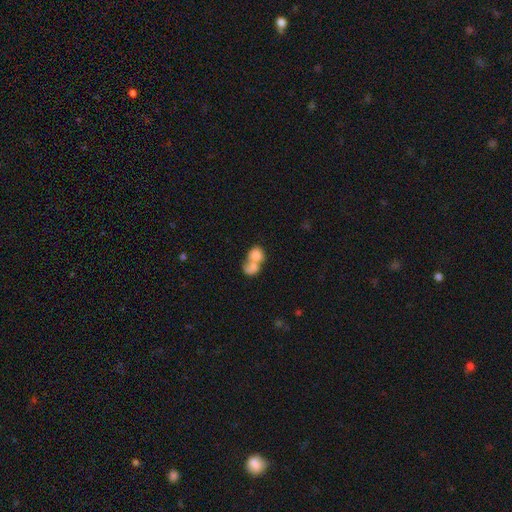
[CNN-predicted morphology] Smooth or featured: smooth — 74% (featured or disk — 18%)
How rounded: round — 53% (in between — 45%)
Merging: merger — 77% (none — 13%)